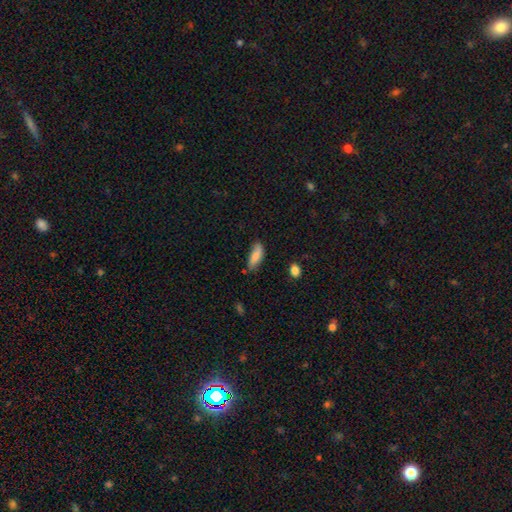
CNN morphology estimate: This appears to be a smooth galaxy with no disk features (83%) that is in between round and cigar-shaped (71%). Merging: none (61%).